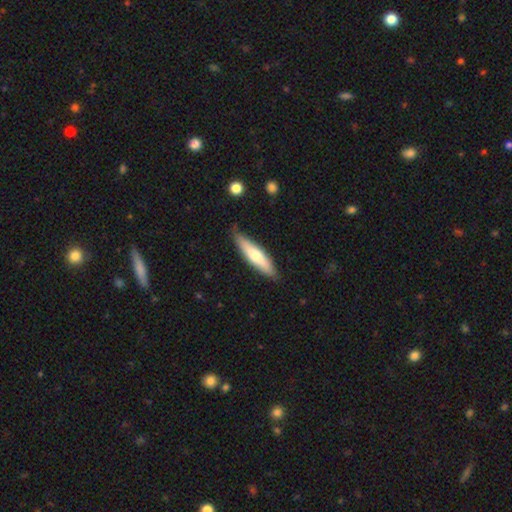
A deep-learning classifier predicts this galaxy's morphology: smooth-or-featured: smooth: 62% | featured or disk: 33% | star or artifact: 5%
  how-rounded: cigar-shaped: 77% | in between: 22% | round: 1%
  merging: none: 83% | minor disturbance: 14% | major disturbance: 2% | merger: 2%